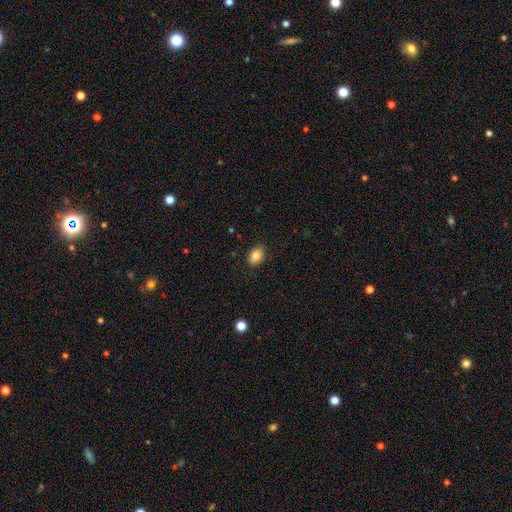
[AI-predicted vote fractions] Morphology: type=smooth (85%); roundness=in between (75%); merging=none (87%).